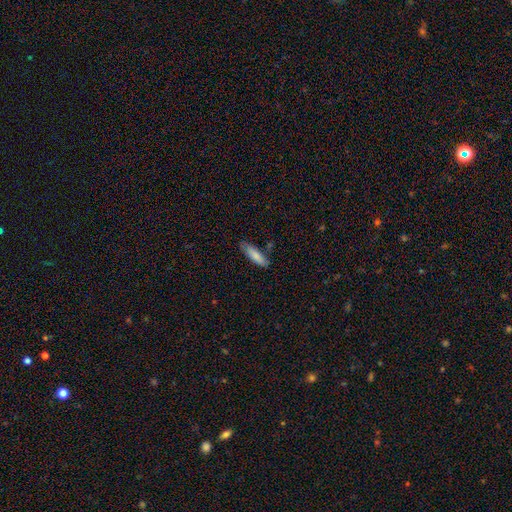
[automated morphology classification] type=smooth (83%); roundness=cigar-shaped (56%); merging=none (75%).